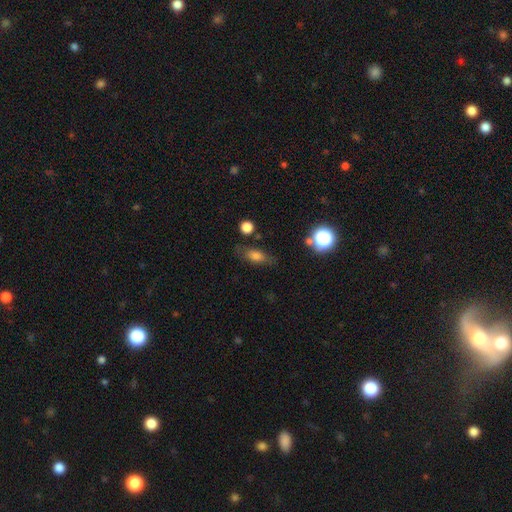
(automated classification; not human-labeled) A smooth galaxy with no disk features (71%) that is in between round and cigar-shaped (72%). Merging: none (71%).